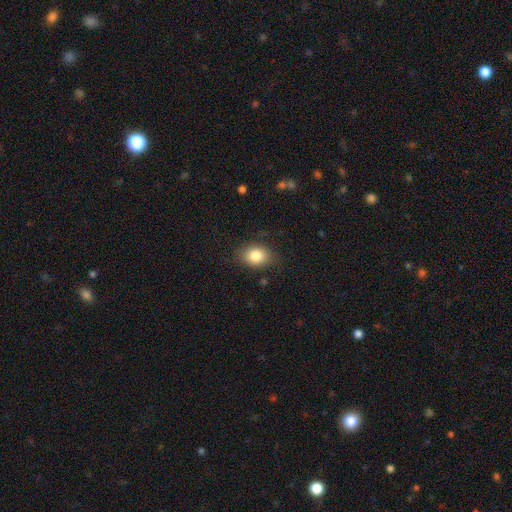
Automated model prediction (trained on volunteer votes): Morphology: type=smooth (84%); roundness=in between (64%); merging=none (81%).